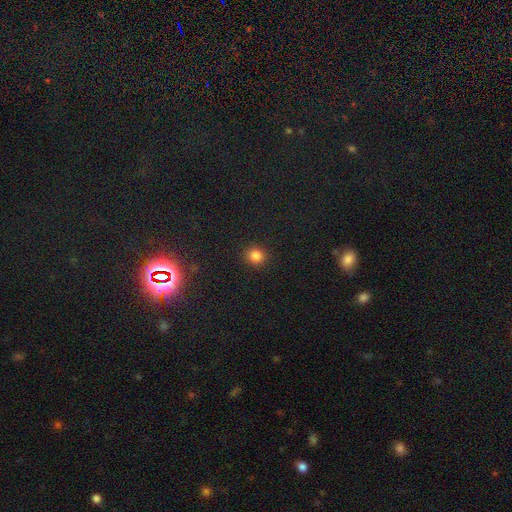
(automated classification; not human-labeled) Q: Smooth or featured?
A: smooth (83%); runner-up: star or artifact (13%)
Q: How rounded?
A: round (89%); runner-up: in between (10%)
Q: Merging?
A: none (91%); runner-up: minor disturbance (6%)